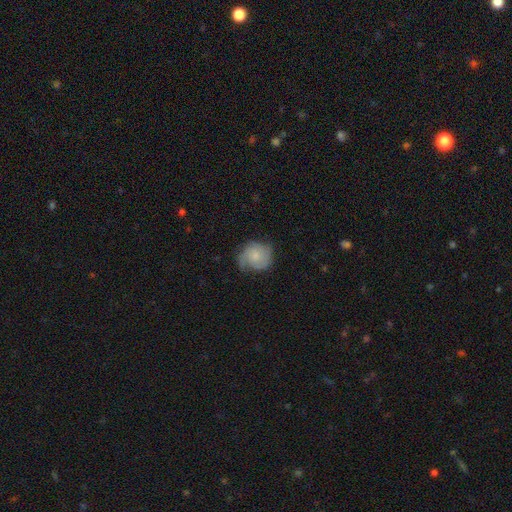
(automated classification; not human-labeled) smooth_or_featured: featured or disk (p=0.50) [alt: smooth p=0.42]
disk_edge_on: no (p=0.97) [alt: yes p=0.03]
merging: none (p=0.59) [alt: minor disturbance p=0.28]